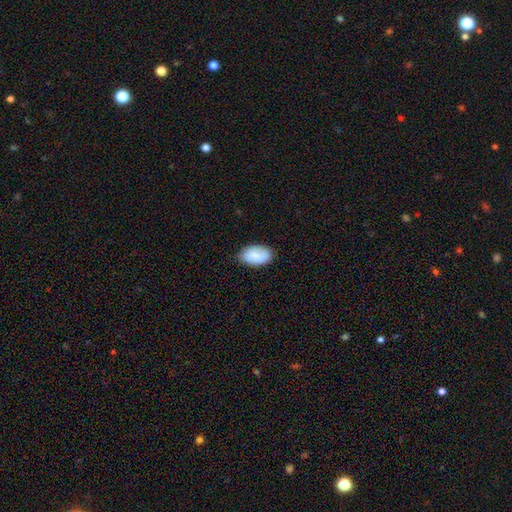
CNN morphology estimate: smooth 83%, featured or disk 11%, star or artifact 6%. Down the decision tree: how rounded — in between (93%); merging — none (80%).